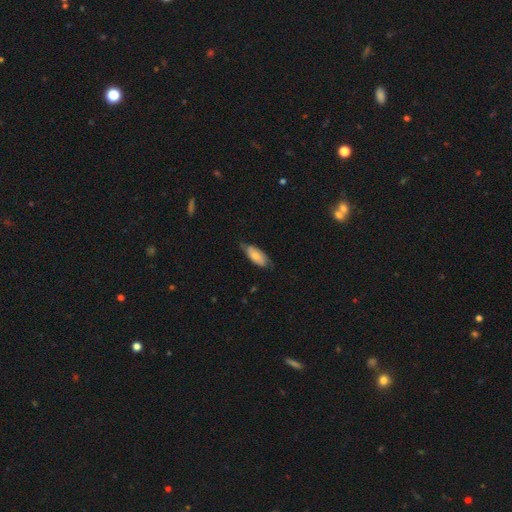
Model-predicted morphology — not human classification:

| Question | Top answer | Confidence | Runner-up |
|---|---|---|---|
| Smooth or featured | smooth | 69% | featured or disk (25%) |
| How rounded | in between | 81% | cigar-shaped (17%) |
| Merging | none | 64% | minor disturbance (29%) |